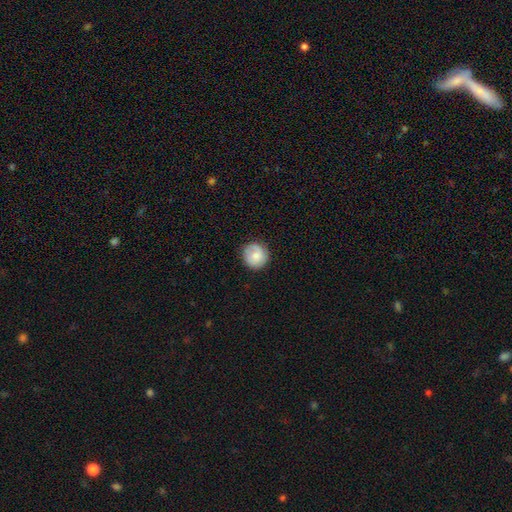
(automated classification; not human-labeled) Smooth or featured? Predicted: smooth (p=0.74). How rounded? Predicted: round (p=0.93). Merging? Predicted: none (p=0.85).